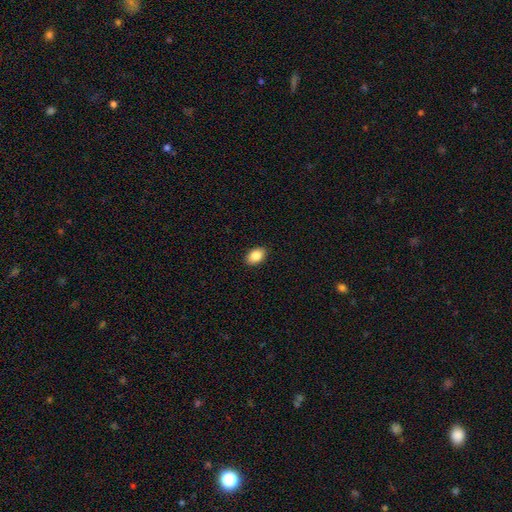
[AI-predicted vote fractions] The model was most divided on "how rounded": in between: 86%, round: 13%, cigar-shaped: 1%. More confident: merging — none (90%); smooth or featured — smooth (87%).